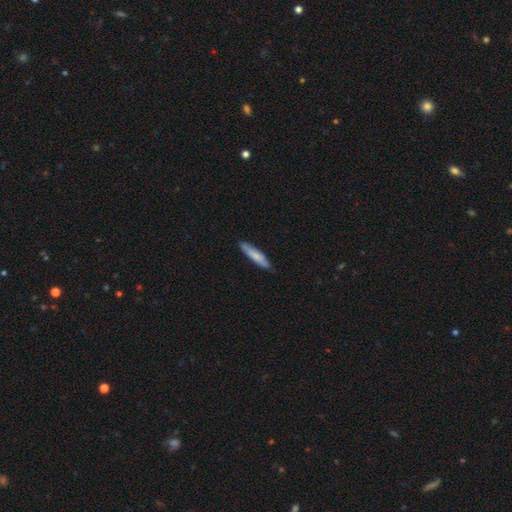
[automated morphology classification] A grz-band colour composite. It shows a smooth galaxy with no disk features (74%) that is cigar-shaped (82%). Merging: none (85%).